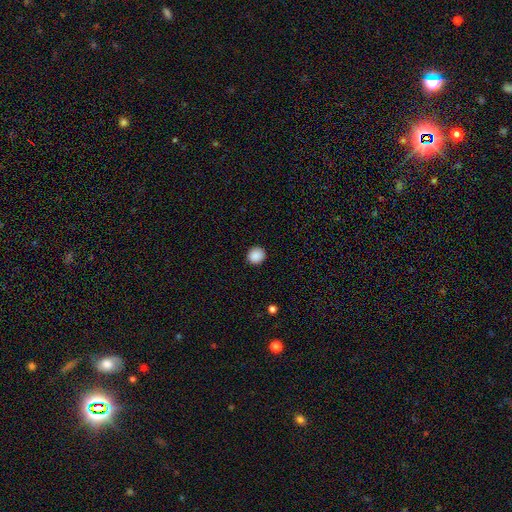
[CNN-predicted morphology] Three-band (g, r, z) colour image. It shows a smooth galaxy with no disk features (89%) that is round (87%). Merging: none (91%).